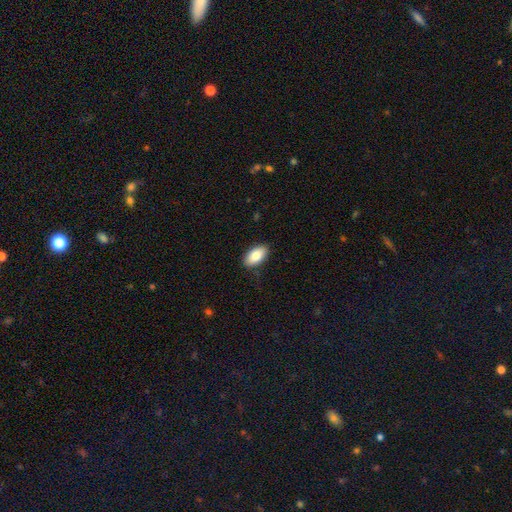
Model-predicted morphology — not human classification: This appears to be a smooth galaxy with no disk features (85%) that is in between round and cigar-shaped (94%). Merging: none (86%).